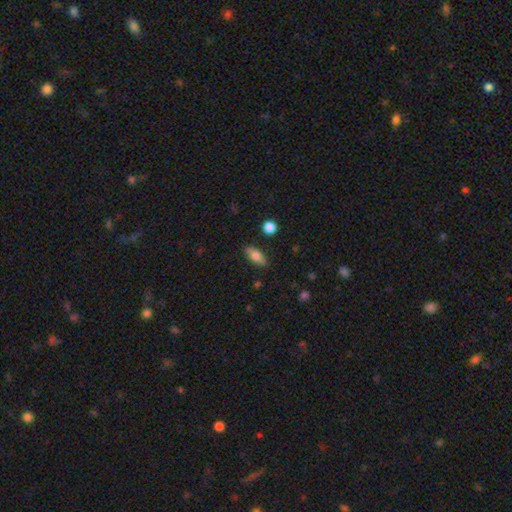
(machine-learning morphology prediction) A smooth galaxy with no disk features (72%) that is in between round and cigar-shaped (80%).

Vote fractions:
- Smooth or featured? smooth: 72% / featured or disk: 20% / star or artifact: 8%
- How rounded? in between: 80% / cigar-shaped: 15% / round: 5%
- Merging? none: 84% / minor disturbance: 12% / major disturbance: 2% / merger: 2%